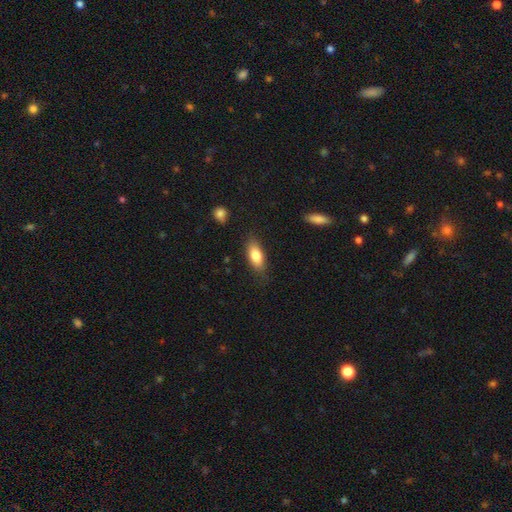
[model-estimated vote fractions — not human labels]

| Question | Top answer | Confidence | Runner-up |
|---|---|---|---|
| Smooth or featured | smooth | 80% | featured or disk (13%) |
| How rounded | in between | 79% | cigar-shaped (18%) |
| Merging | none | 79% | minor disturbance (16%) |